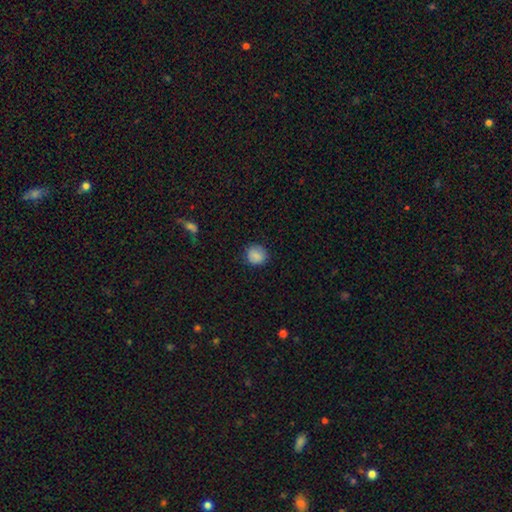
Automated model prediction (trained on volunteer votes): Smooth or featured? smooth (86%)
How rounded? round (85%)
Merging? none (85%)